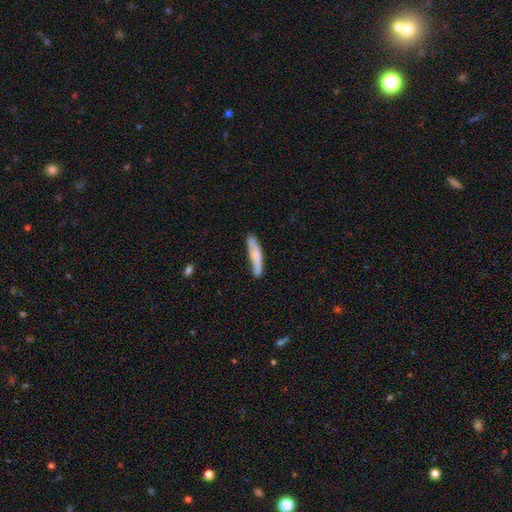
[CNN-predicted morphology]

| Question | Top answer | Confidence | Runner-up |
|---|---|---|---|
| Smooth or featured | smooth | 68% | featured or disk (26%) |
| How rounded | cigar-shaped | 83% | in between (15%) |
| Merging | none | 70% | minor disturbance (22%) |